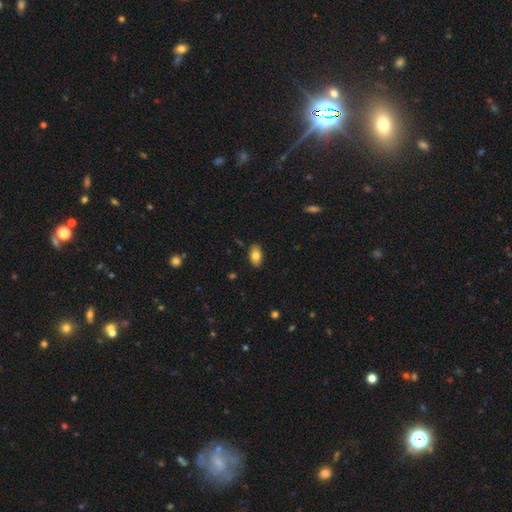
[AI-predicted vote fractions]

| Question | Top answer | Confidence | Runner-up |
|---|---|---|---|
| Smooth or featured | smooth | 80% | featured or disk (12%) |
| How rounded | in between | 91% | round (6%) |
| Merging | none | 87% | minor disturbance (10%) |